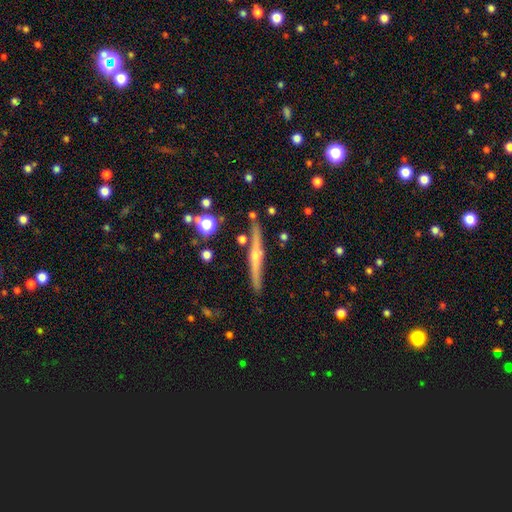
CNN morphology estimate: This is likely a featured or disk galaxy (78%). It is clearly viewed edge-on (97%). Edge-on bulge: clearly rounded (86%). Merging: clearly none (87%).